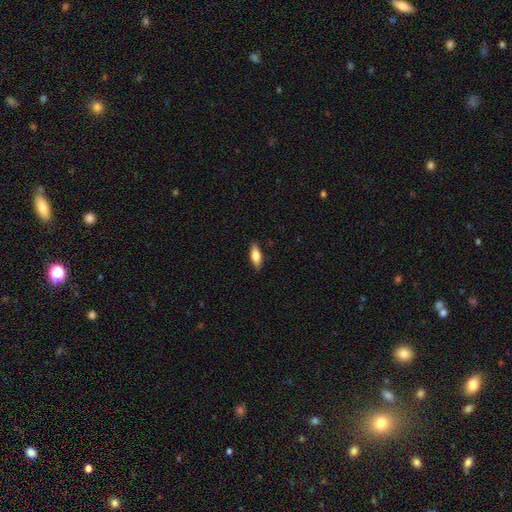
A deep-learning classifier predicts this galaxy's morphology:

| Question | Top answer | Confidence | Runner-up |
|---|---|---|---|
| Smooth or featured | smooth | 78% | featured or disk (15%) |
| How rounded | in between | 70% | cigar-shaped (28%) |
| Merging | none | 87% | minor disturbance (10%) |